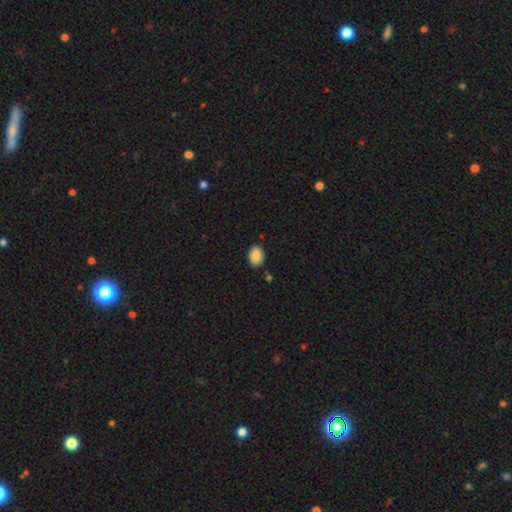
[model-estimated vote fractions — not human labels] A smooth galaxy with no disk features (88%) that is in between round and cigar-shaped (70%). Merging: none (85%).